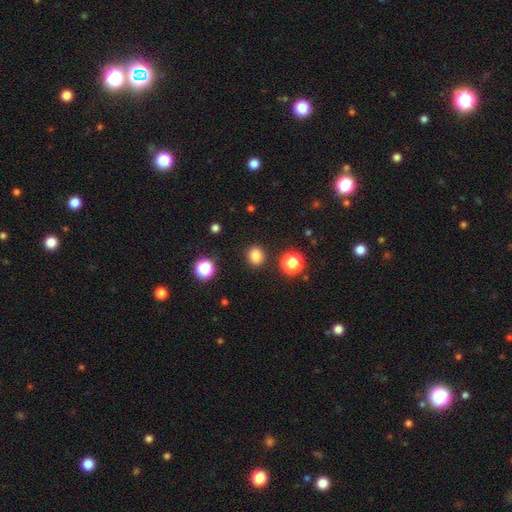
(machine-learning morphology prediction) The model was most divided on "how rounded": round: 74%, in between: 25%, cigar-shaped: 1%. More confident: merging — none (88%); smooth or featured — smooth (83%).